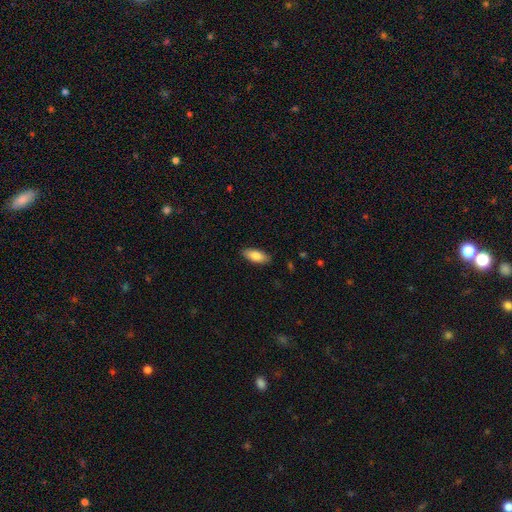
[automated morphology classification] Smooth or featured: smooth — 83% (featured or disk — 11%)
How rounded: in between — 84% (cigar-shaped — 14%)
Merging: none — 87% (minor disturbance — 10%)